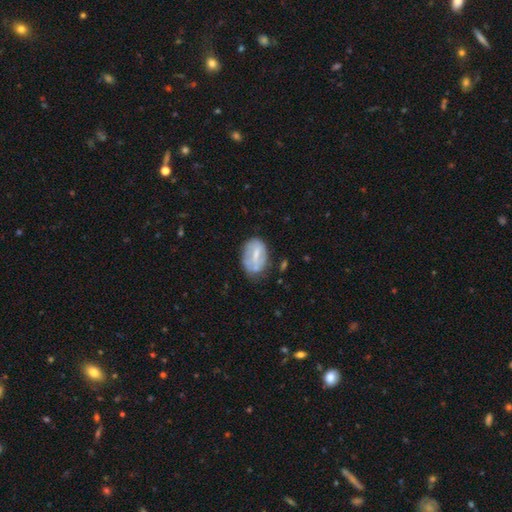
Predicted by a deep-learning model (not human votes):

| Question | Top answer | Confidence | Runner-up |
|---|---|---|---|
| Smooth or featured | featured or disk | 49% | smooth (43%) |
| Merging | none | 53% | minor disturbance (30%) |